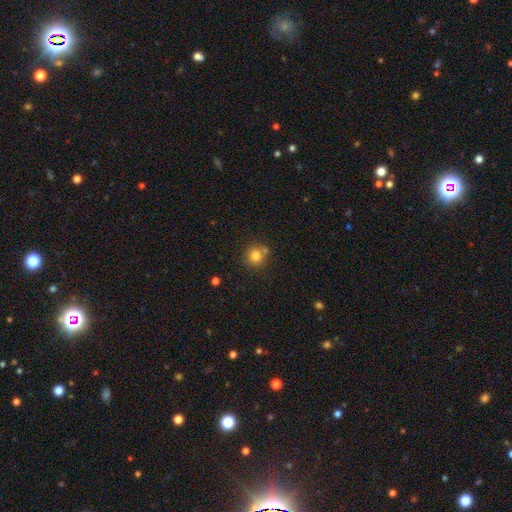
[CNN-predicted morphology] Smooth or featured?
  - smooth: 80% *
  - star or artifact: 12%
  - featured or disk: 8%
How rounded?
  - round: 91% *
  - in between: 8%
  - cigar-shaped: 1%
Merging?
  - none: 68% *
  - merger: 17%
  - minor disturbance: 11%
  - major disturbance: 3%